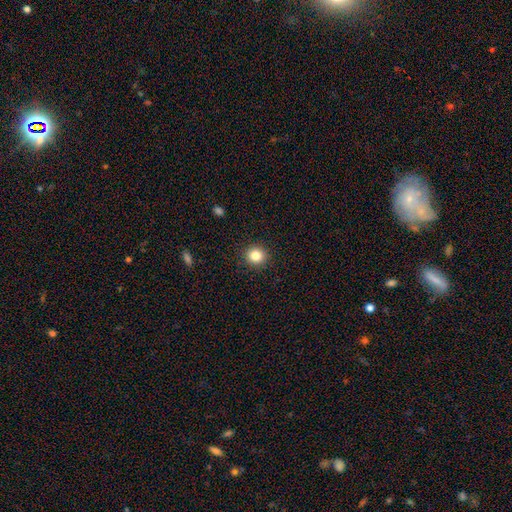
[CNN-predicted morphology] This is clearly a smooth galaxy (83%). How rounded: clearly round (89%). Merging: clearly none (91%).